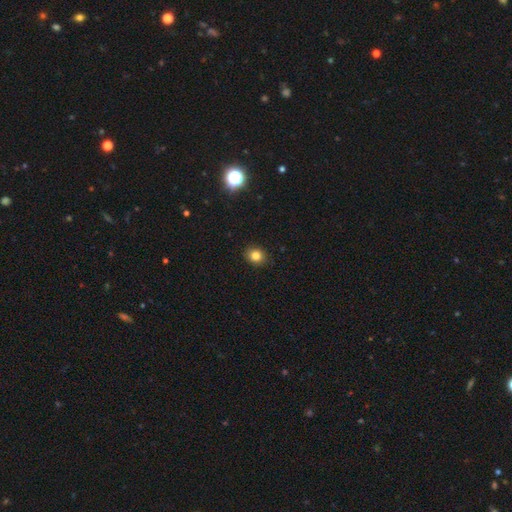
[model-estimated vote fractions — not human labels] smooth_or_featured: smooth (p=0.81) [alt: star or artifact p=0.13]
how_rounded: round (p=0.70) [alt: in between p=0.29]
merging: none (p=0.91) [alt: minor disturbance p=0.07]